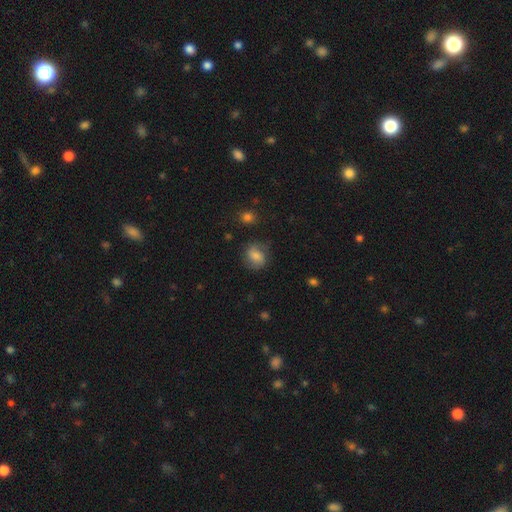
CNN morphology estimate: smooth-or-featured: smooth: 59% | featured or disk: 32% | star or artifact: 10%
  how-rounded: round: 60% | in between: 38% | cigar-shaped: 1%
  merging: none: 68% | minor disturbance: 20% | major disturbance: 10% | merger: 2%